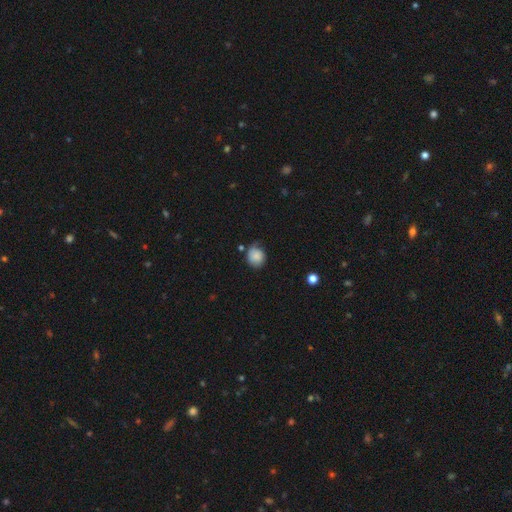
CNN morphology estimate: Smooth or featured: smooth — 83% (star or artifact — 9%)
How rounded: round — 74% (in between — 25%)
Merging: none — 60% (minor disturbance — 30%)